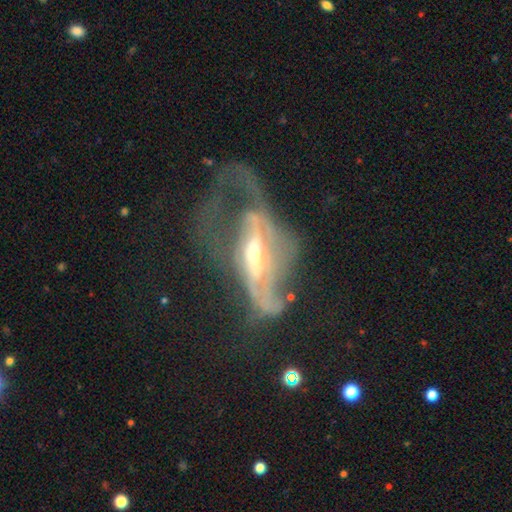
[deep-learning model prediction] Overall: featured or disk (75%). Edge-on disk: no (80%). Bar: no (47%; weak 30%). Spiral arms: yes (60%; no 40%). Bulge size: moderate (48%; small 39%). Merging: major disturbance (65%).